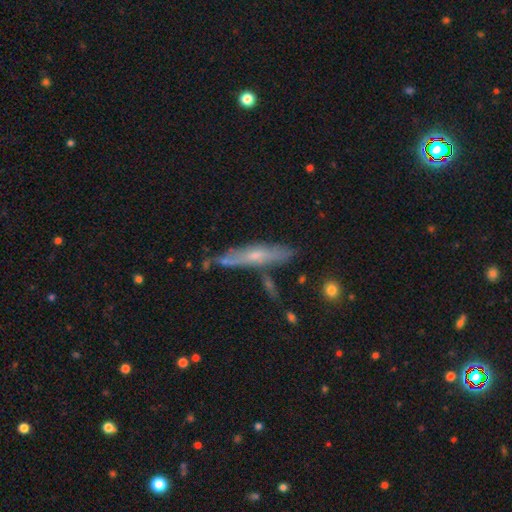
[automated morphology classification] smooth_or_featured: featured or disk (p=0.54) [alt: smooth p=0.39]
disk_edge_on: yes (p=0.75) [alt: no p=0.25]
merging: none (p=0.67) [alt: minor disturbance p=0.20]